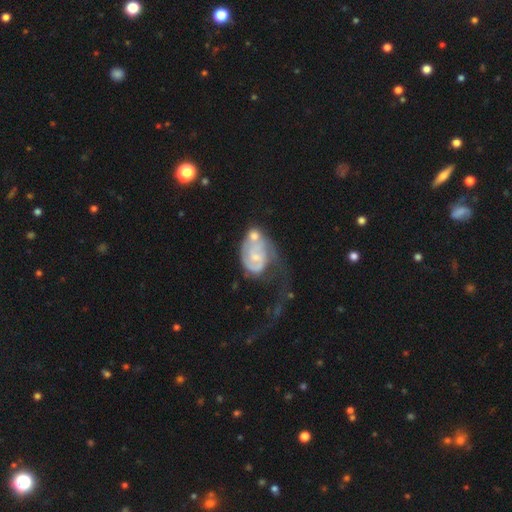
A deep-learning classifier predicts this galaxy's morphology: A featured or disk galaxy (76%) with no bar (58%), 2 (44%) tight (47%) spiral arms (87%) and a small central bulge (58%).

Vote fractions:
- Smooth or featured? featured or disk: 76% / smooth: 17% / star or artifact: 6%
- Edge-on disk? no: 97% / yes: 3%
- Bar? no: 58% / weak: 35% / strong: 6%
- Spiral arms? yes: 87% / no: 13%
- Spiral winding? tight: 47% / medium: 34% / loose: 19%
- Spiral arm count? 2: 44% / 1: 24% / can't tell: 23% / 3: 5% / 4: 2% / more than 4: 2%
- Bulge size? small: 58% / moderate: 26% / none: 13% / large: 2% / dominant: 1%
- Merging? major disturbance: 34% / merger: 32% / none: 18% / minor disturbance: 16%